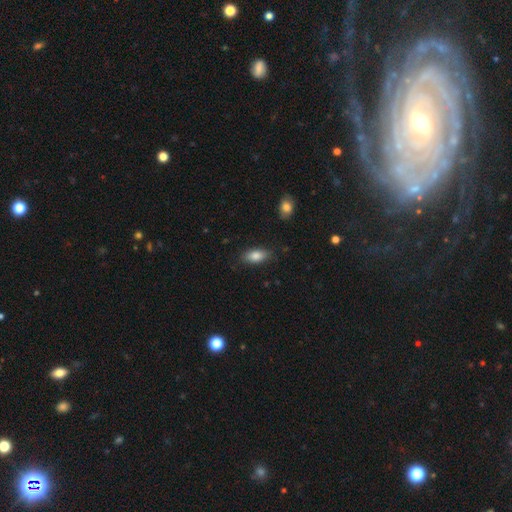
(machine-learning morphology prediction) Smooth or featured?
  - smooth: 84% *
  - featured or disk: 9%
  - star or artifact: 7%
How rounded?
  - in between: 88% *
  - cigar-shaped: 9%
  - round: 3%
Merging?
  - none: 82% *
  - minor disturbance: 13%
  - major disturbance: 3%
  - merger: 2%